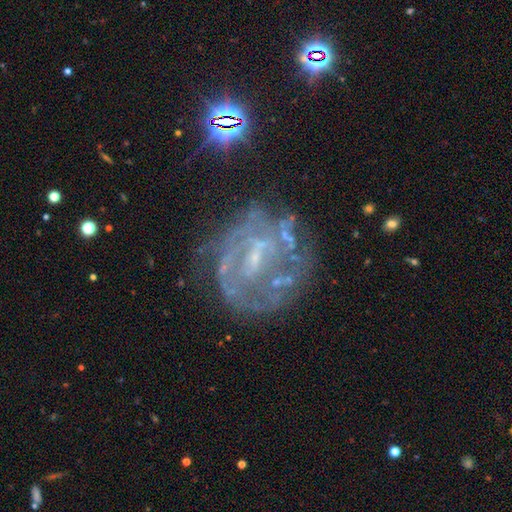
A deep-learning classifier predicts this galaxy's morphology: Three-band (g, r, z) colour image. It shows a featured or disk galaxy (77%) with a weak bar (46%), spiral arms (62%) and a small central bulge (56%). Merging: none (58%).